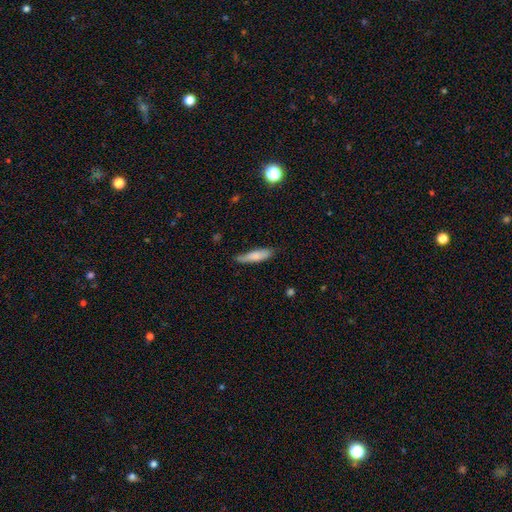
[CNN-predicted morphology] Q: Smooth or featured?
A: smooth (78%); runner-up: featured or disk (16%)
Q: How rounded?
A: cigar-shaped (72%); runner-up: in between (27%)
Q: Merging?
A: none (72%); runner-up: minor disturbance (22%)